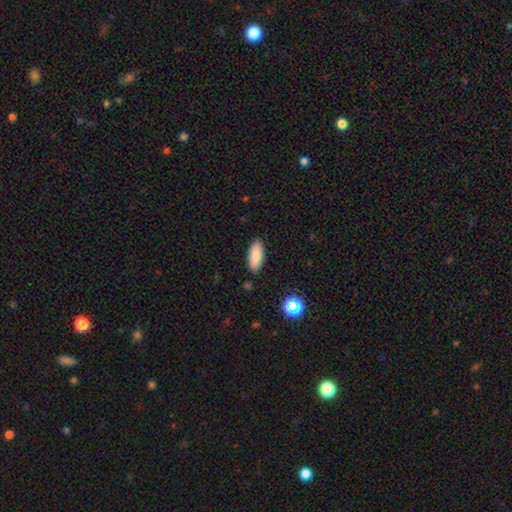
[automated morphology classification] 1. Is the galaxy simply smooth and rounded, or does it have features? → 84% smooth, 8% featured or disk, 8% star or artifact.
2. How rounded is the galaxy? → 81% in between, 17% cigar-shaped, 2% round.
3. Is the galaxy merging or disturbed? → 88% none, 9% minor disturbance, 2% major disturbance, 2% merger.